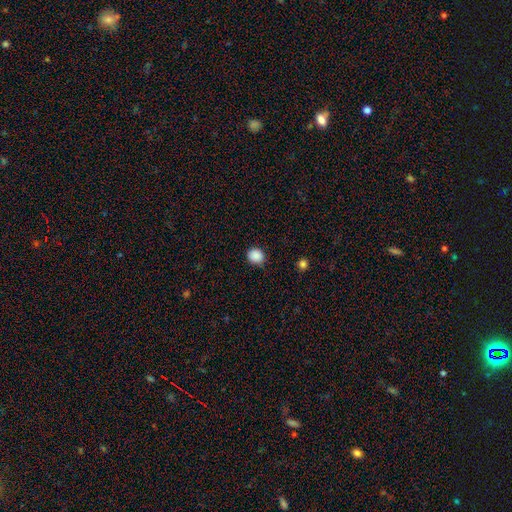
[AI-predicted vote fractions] smooth-or-featured: smooth: 88% | star or artifact: 9% | featured or disk: 3%
  how-rounded: round: 78% | in between: 21% | cigar-shaped: 1%
  merging: none: 85% | minor disturbance: 11% | major disturbance: 2% | merger: 1%